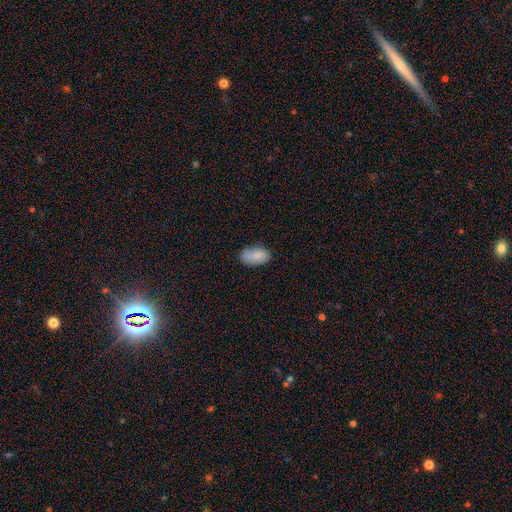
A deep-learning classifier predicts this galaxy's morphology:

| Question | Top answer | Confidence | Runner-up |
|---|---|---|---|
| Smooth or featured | smooth | 85% | featured or disk (8%) |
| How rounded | in between | 94% | round (5%) |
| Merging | none | 72% | minor disturbance (21%) |